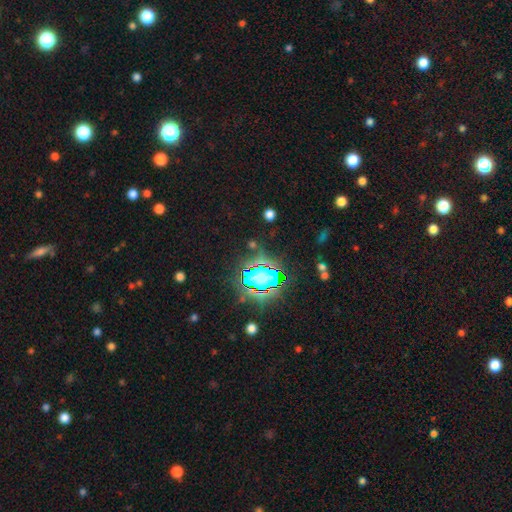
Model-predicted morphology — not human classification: This is clearly a star or artifact rather than a galaxy (84%).